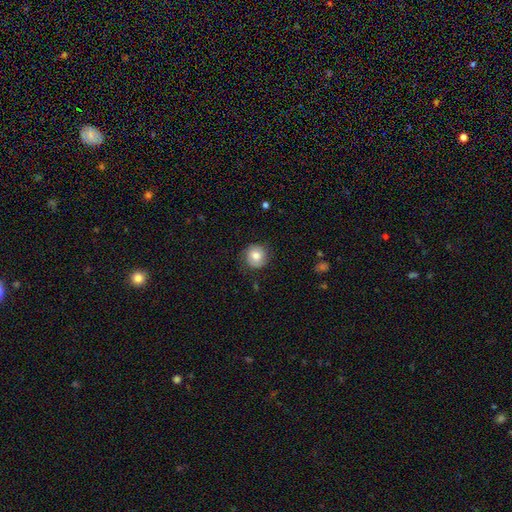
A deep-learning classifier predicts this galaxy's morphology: This appears to be a smooth galaxy with no disk features (77%) that is round (91%). Merging: none (81%).